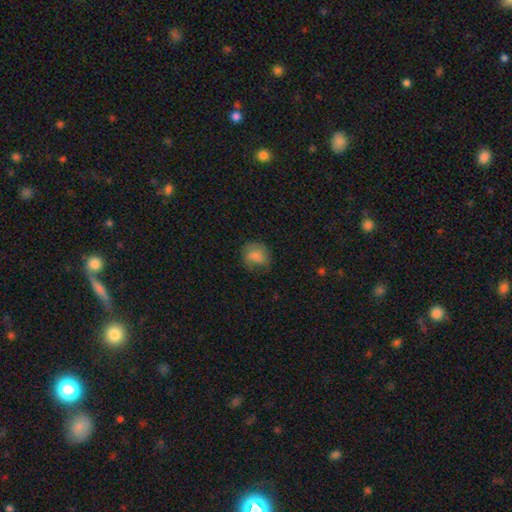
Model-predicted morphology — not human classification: Smooth or featured? smooth (74%)
How rounded? round (55%)
Merging? none (58%)